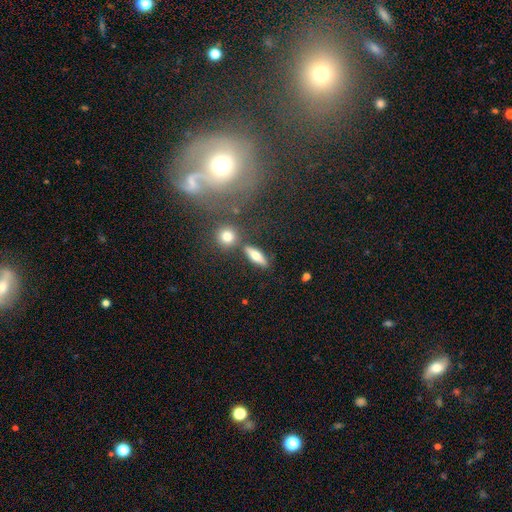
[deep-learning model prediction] Smooth or featured?
  - smooth: 61% *
  - featured or disk: 30%
  - star or artifact: 9%
How rounded?
  - in between: 47% *
  - cigar-shaped: 43%
  - round: 9%
Merging?
  - none: 79% *
  - minor disturbance: 10%
  - merger: 8%
  - major disturbance: 4%